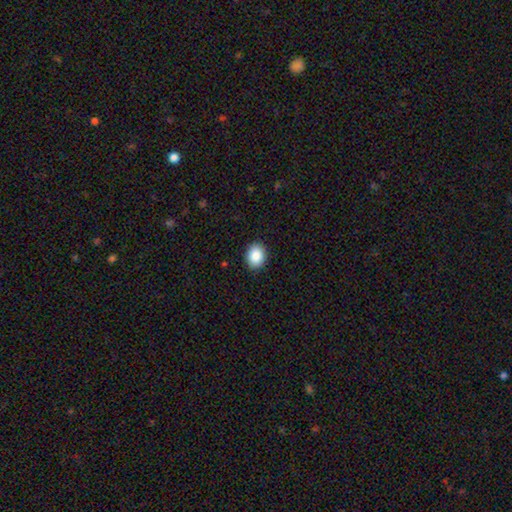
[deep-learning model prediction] Overall: smooth (88%). How rounded: in between (57%; round 42%). Merging: none (90%).